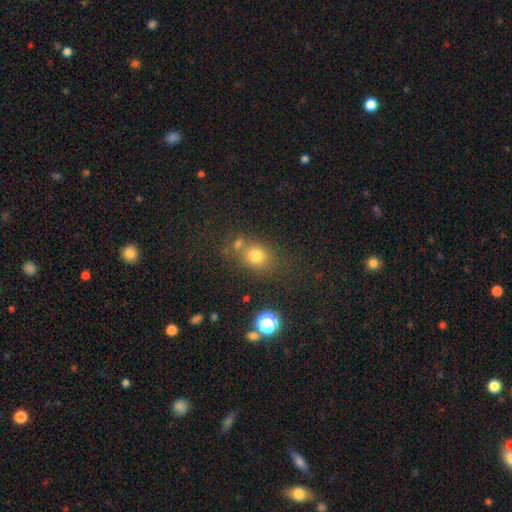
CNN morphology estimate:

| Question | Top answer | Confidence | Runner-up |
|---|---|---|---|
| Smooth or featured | smooth | 75% | star or artifact (17%) |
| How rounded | round | 70% | in between (29%) |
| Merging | none | 62% | merger (18%) |